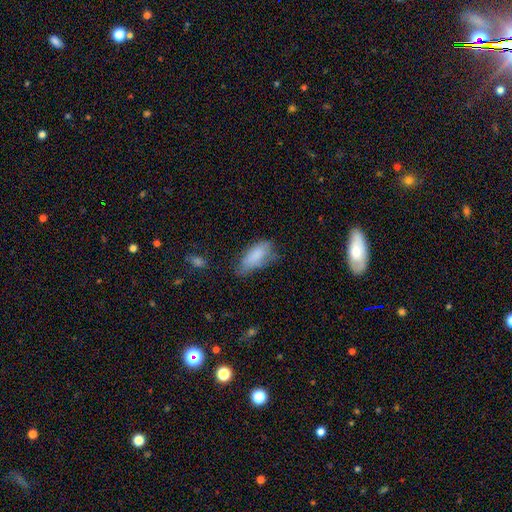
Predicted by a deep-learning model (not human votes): Q: Smooth or featured?
A: smooth (81%); runner-up: featured or disk (12%)
Q: How rounded?
A: in between (86%); runner-up: cigar-shaped (12%)
Q: Merging?
A: none (44%); runner-up: minor disturbance (38%)